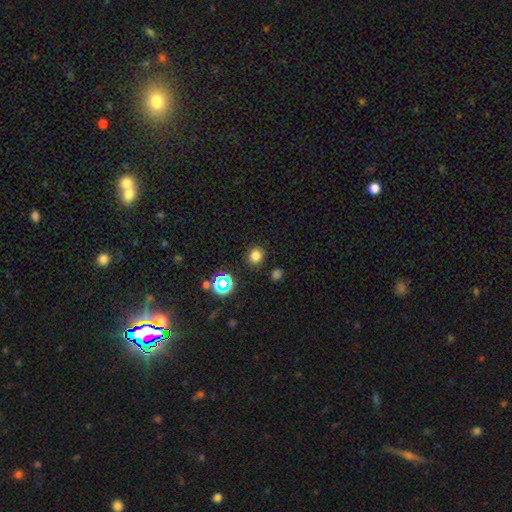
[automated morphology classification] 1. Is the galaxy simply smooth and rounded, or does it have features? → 76% smooth, 19% star or artifact, 5% featured or disk.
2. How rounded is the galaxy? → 86% round, 13% in between, 1% cigar-shaped.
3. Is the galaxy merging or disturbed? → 88% none, 7% minor disturbance, 3% major disturbance, 2% merger.